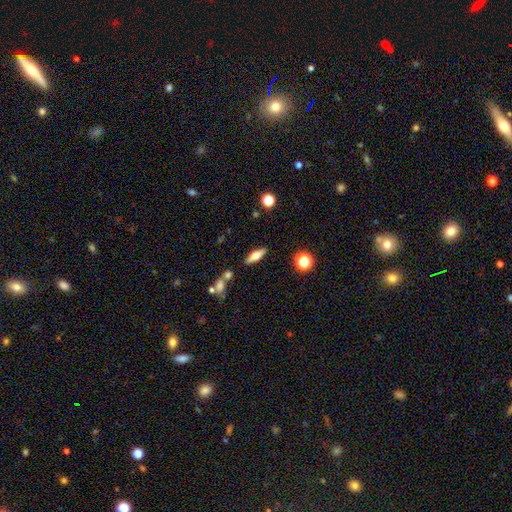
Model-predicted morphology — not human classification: The model was most divided on "how rounded": in between: 55%, cigar-shaped: 42%, round: 4%. More confident: merging — none (84%); smooth or featured — smooth (55%).